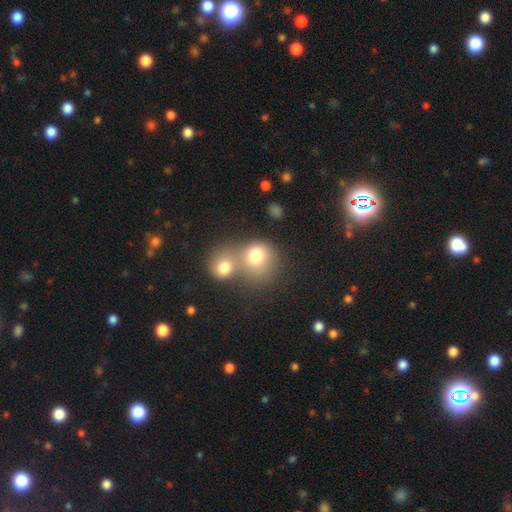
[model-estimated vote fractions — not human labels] A smooth galaxy with no disk features (75%) that is round (77%). Merging: merger (61%).